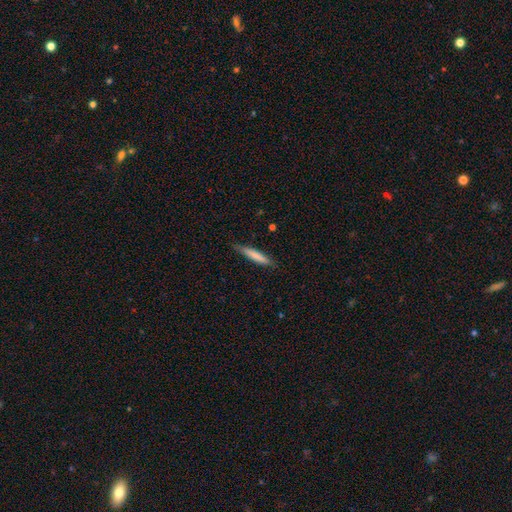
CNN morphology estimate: Overall: smooth (74%). How rounded: cigar-shaped (91%). Merging: none (83%).